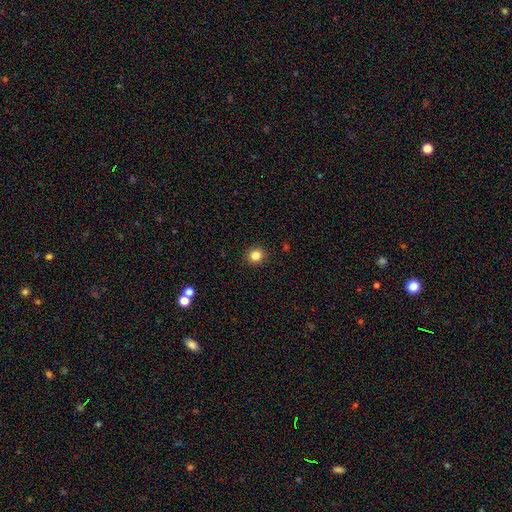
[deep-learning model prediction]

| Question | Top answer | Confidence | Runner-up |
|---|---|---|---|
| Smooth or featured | smooth | 84% | star or artifact (12%) |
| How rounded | round | 87% | in between (12%) |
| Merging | none | 92% | minor disturbance (6%) |